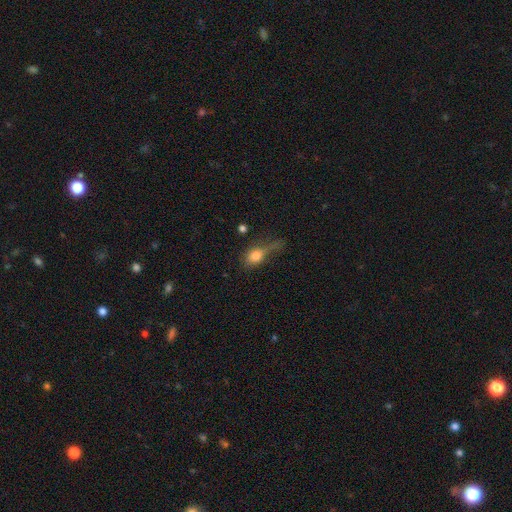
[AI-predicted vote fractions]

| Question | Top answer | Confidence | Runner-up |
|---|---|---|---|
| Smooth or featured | smooth | 73% | featured or disk (17%) |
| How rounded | in between | 63% | round (29%) |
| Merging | major disturbance | 43% | none (25%) |